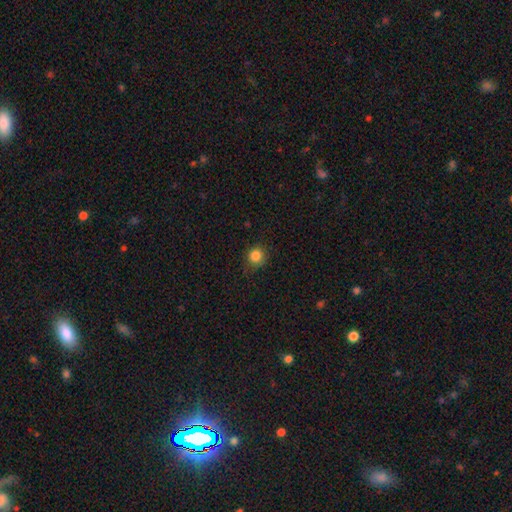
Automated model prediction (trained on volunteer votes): smooth-or-featured: smooth: 84% | star or artifact: 11% | featured or disk: 5%
  how-rounded: round: 89% | in between: 10% | cigar-shaped: 1%
  merging: none: 80% | minor disturbance: 15% | major disturbance: 4% | merger: 1%